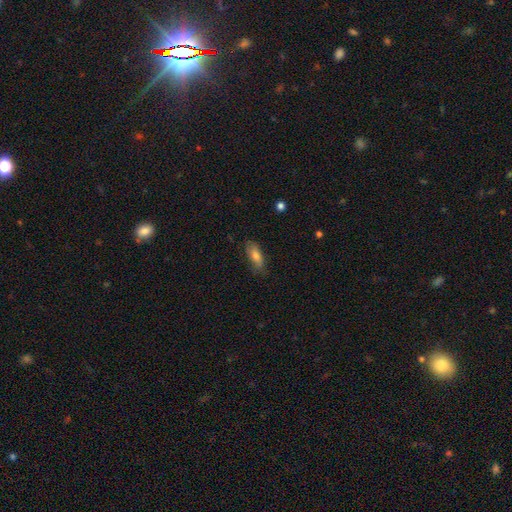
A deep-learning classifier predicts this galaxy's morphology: smooth-or-featured: smooth: 77% | featured or disk: 16% | star or artifact: 7%
  how-rounded: in between: 75% | cigar-shaped: 23% | round: 3%
  merging: none: 73% | minor disturbance: 21% | major disturbance: 5% | merger: 1%